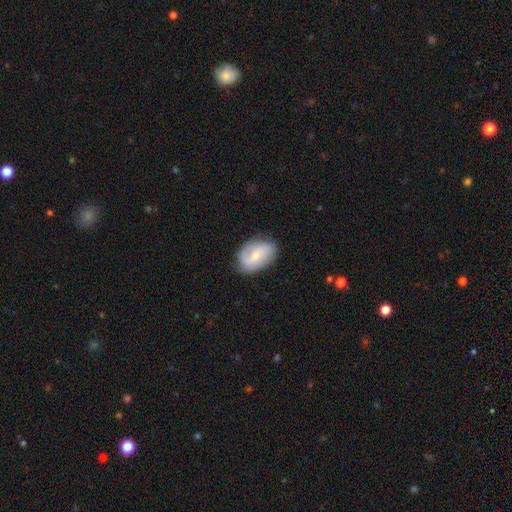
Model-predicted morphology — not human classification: Overall: featured or disk (50%; smooth 44%). Merging: none (75%).